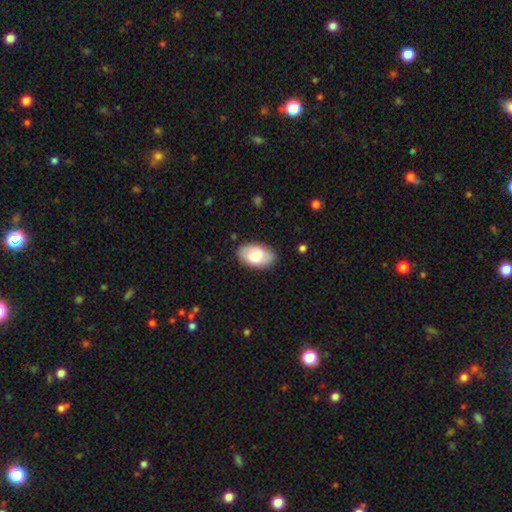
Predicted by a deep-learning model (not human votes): Smooth or featured? Predicted: smooth (p=0.73). How rounded? Predicted: in between (p=0.93). Merging? Predicted: none (p=0.86).